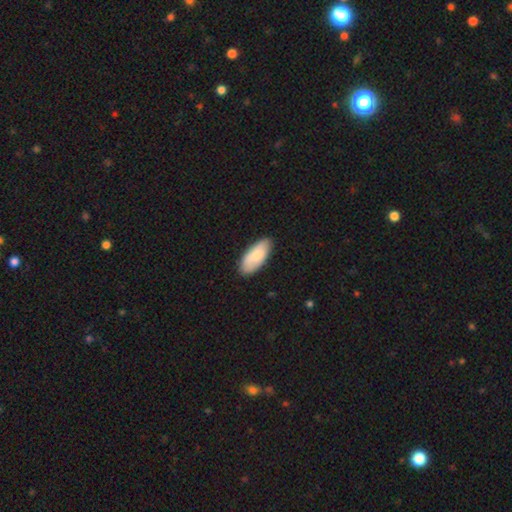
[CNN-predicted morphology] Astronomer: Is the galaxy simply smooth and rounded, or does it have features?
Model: smooth — 78%.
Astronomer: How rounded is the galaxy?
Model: in between — 88%.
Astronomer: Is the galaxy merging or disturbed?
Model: none — 83%.